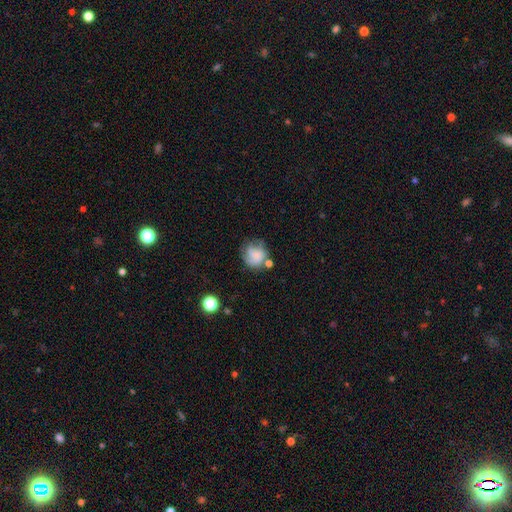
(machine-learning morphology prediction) Smooth or featured? Predicted: smooth (p=0.56). How rounded? Predicted: round (p=0.72). Merging? Predicted: none (p=0.48).